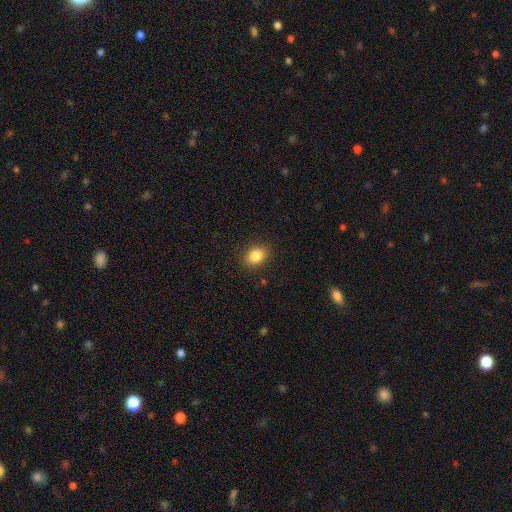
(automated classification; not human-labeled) smooth_or_featured: smooth (p=0.84) [alt: star or artifact p=0.10]
how_rounded: in between (p=0.58) [alt: round p=0.40]
merging: none (p=0.87) [alt: minor disturbance p=0.09]